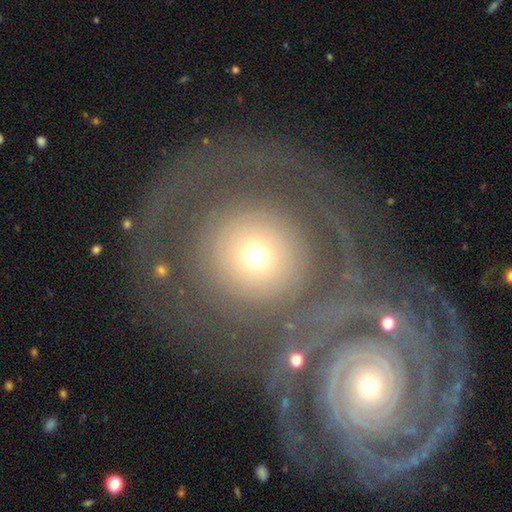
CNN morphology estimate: smooth-or-featured: featured or disk: 61% | smooth: 30% | star or artifact: 9%
  disk-edge-on: no: 96% | yes: 4%
    bar: no: 87% | weak: 9% | strong: 4%
    has-spiral-arms: yes: 66% | no: 34%
    bulge-size: small: 48% | moderate: 39% | large: 8% | dominant: 3% | none: 1%
  merging: none: 54% | major disturbance: 20% | merger: 14% | minor disturbance: 12%